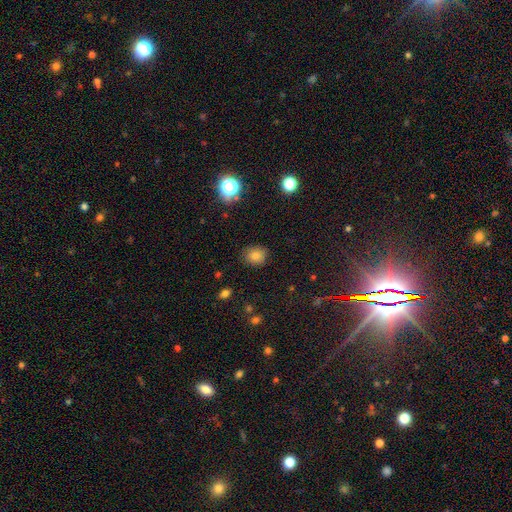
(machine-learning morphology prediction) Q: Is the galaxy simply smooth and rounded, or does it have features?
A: smooth — 79%.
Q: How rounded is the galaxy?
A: round — 70%.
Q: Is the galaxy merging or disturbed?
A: none — 83%.